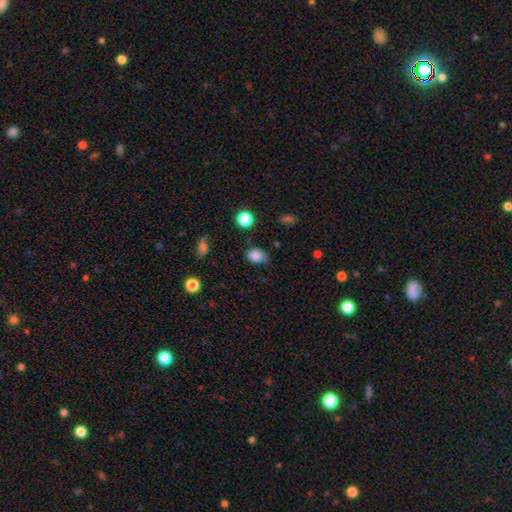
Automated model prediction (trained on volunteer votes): Smooth or featured? smooth (82%)
How rounded? in between (71%)
Merging? none (61%)